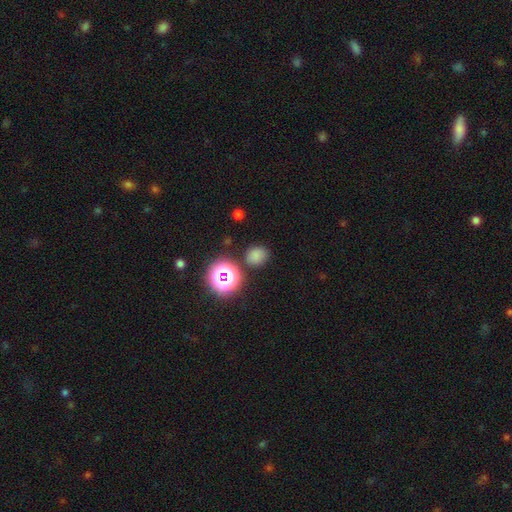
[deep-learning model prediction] Overall: smooth (72%). How rounded: round (74%). Merging: none (80%).